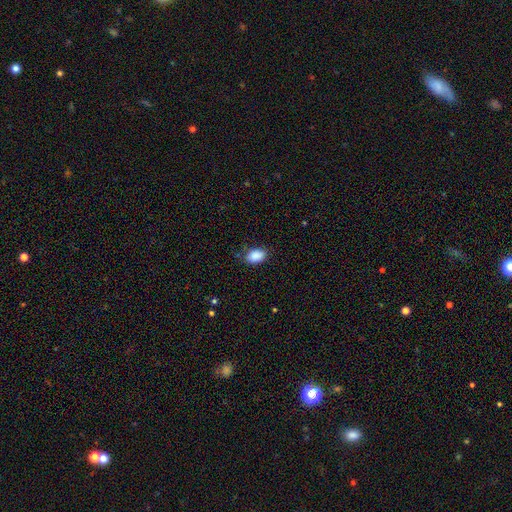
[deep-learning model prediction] This appears to be a smooth galaxy with no disk features (88%) that is in between round and cigar-shaped (89%). Merging: none (70%).